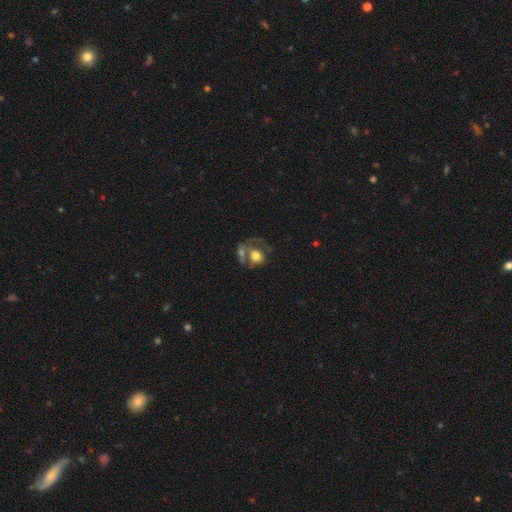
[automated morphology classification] smooth 53%, featured or disk 38%, star or artifact 9%. Down the decision tree: how rounded — round (57%); merging — merger (45%).